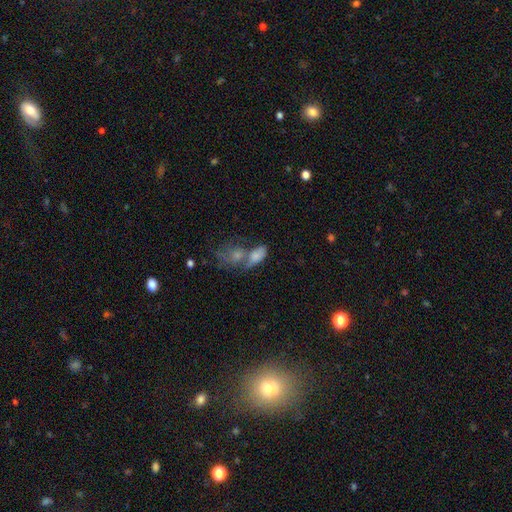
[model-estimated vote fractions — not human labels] smooth_or_featured: smooth (p=0.73) [alt: featured or disk p=0.18]
how_rounded: in between (p=0.84) [alt: round p=0.10]
merging: merger (p=0.54) [alt: none p=0.25]